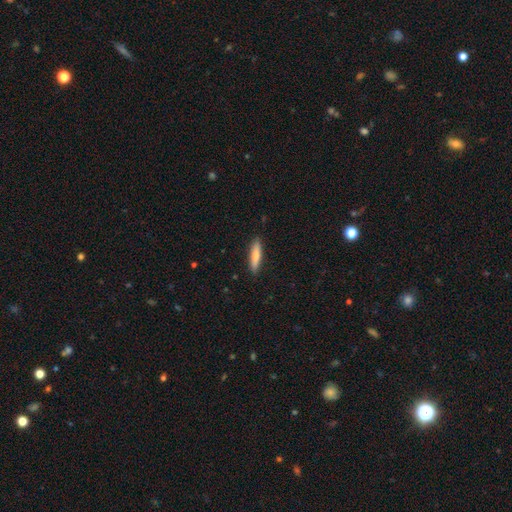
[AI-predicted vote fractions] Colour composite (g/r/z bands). It shows a smooth galaxy with no disk features (73%) that is cigar-shaped (81%). Merging: none (90%).